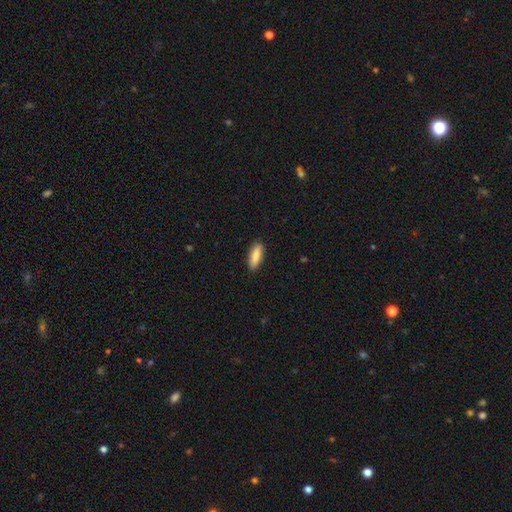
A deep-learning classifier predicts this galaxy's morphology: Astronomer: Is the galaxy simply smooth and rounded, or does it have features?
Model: smooth — 86%.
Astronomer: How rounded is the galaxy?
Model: in between — 59% (runner-up: cigar-shaped, 39%).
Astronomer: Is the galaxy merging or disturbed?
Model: none — 88%.